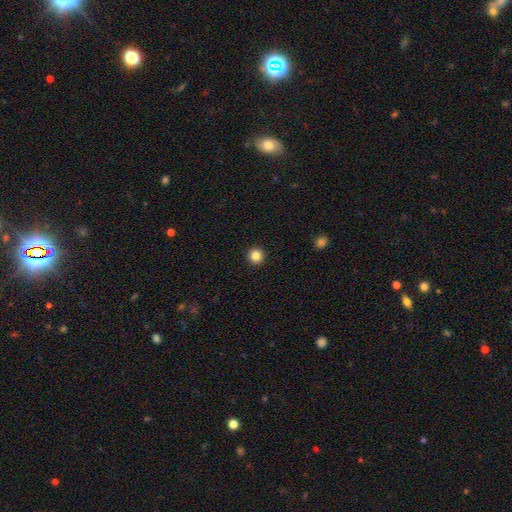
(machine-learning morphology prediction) smooth_or_featured: smooth (p=0.85) [alt: star or artifact p=0.11]
how_rounded: round (p=0.96) [alt: in between p=0.03]
merging: none (p=0.94) [alt: minor disturbance p=0.04]